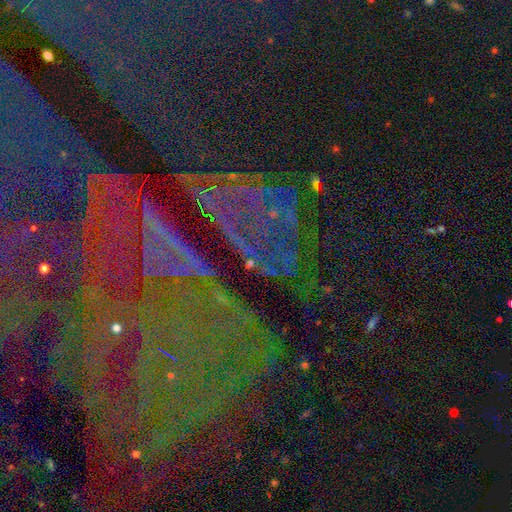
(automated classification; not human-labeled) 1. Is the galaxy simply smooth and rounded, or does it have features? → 84% star or artifact, 8% featured or disk, 7% smooth.